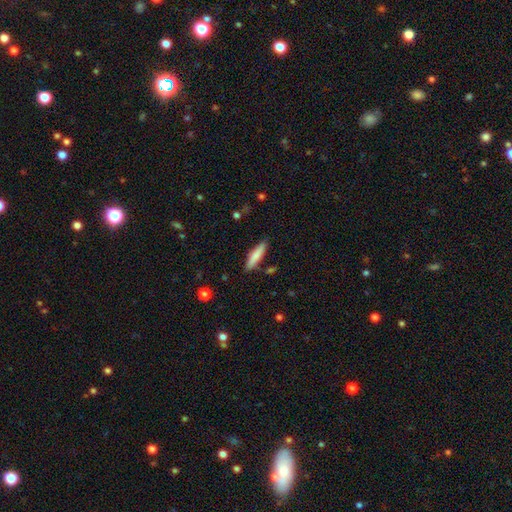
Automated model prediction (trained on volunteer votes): Smooth or featured: smooth — 80% (featured or disk — 14%)
How rounded: cigar-shaped — 72% (in between — 26%)
Merging: none — 83% (minor disturbance — 11%)